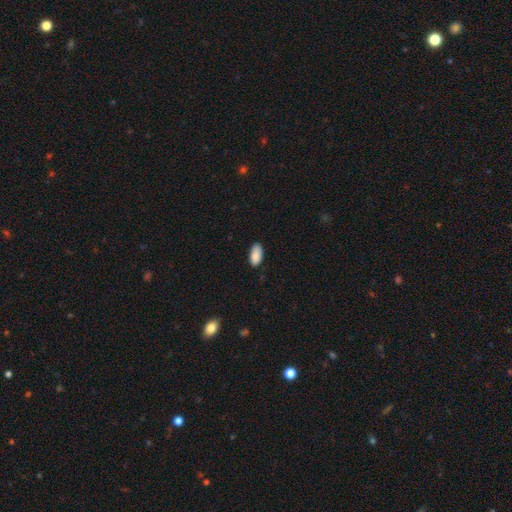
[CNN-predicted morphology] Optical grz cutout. It shows a smooth galaxy with no disk features (88%) that is in between round and cigar-shaped (92%). Merging: none (80%).